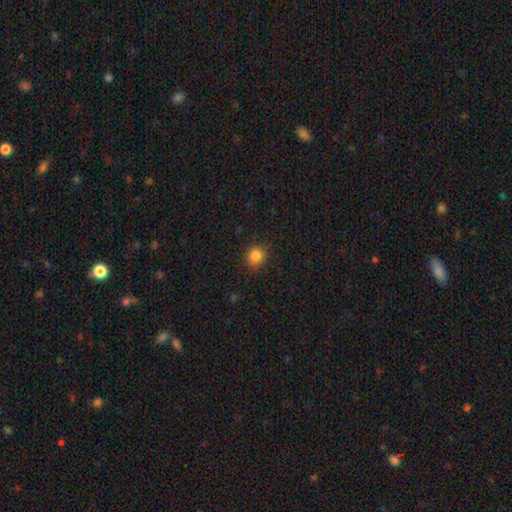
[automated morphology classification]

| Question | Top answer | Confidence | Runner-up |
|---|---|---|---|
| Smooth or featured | smooth | 84% | star or artifact (11%) |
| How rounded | round | 85% | in between (14%) |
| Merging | none | 88% | minor disturbance (9%) |